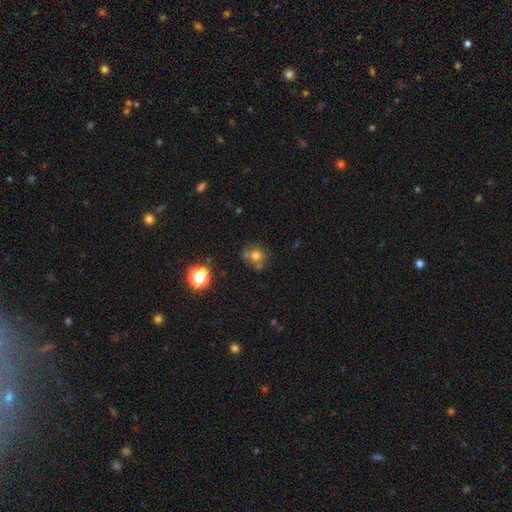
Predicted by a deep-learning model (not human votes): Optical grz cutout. It shows a smooth galaxy with no disk features (70%) that is round (82%). Merging: none (61%).